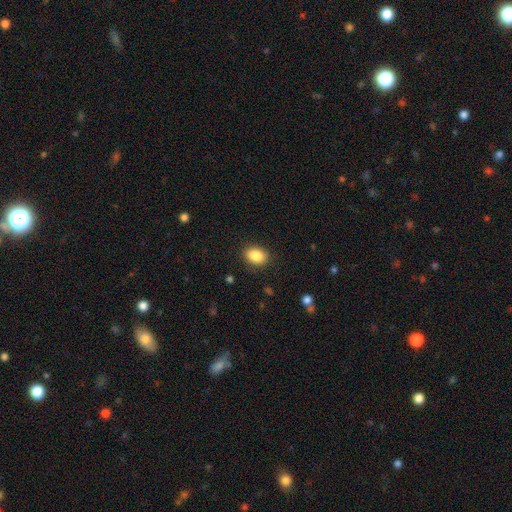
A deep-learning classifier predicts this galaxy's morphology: Smooth or featured: smooth — 87% (star or artifact — 8%)
How rounded: in between — 78% (round — 21%)
Merging: none — 86% (minor disturbance — 10%)